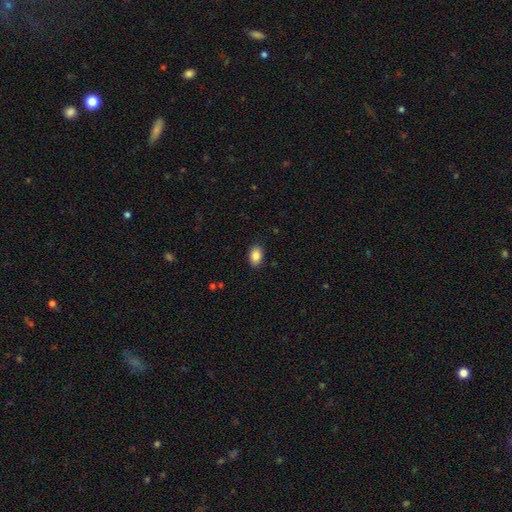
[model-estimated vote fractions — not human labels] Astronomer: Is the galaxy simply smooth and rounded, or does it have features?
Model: smooth — 88%.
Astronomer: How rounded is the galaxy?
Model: in between — 86%.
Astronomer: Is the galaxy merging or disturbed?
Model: none — 88%.